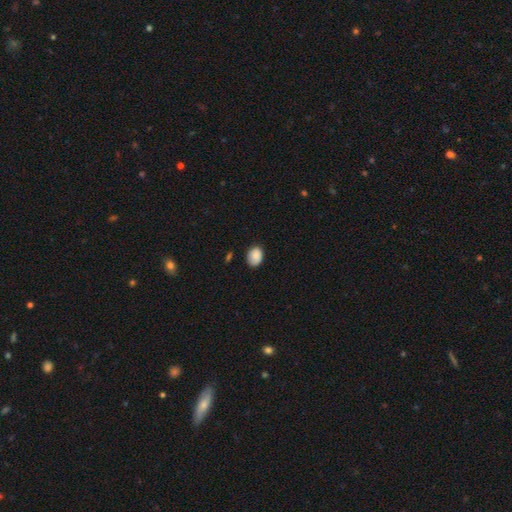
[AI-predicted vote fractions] Smooth or featured: smooth — 87% (star or artifact — 8%)
How rounded: in between — 66% (round — 33%)
Merging: none — 77% (minor disturbance — 18%)